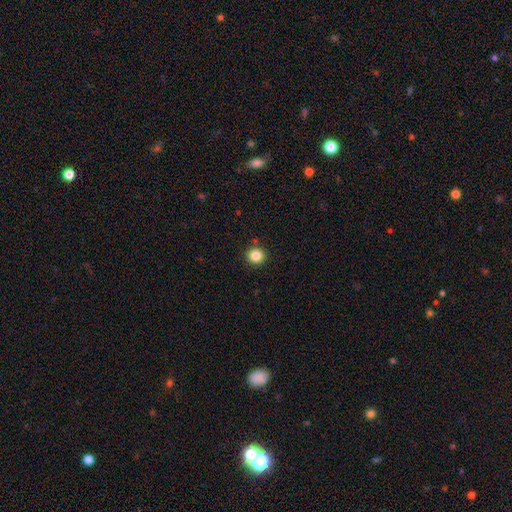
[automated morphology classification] smooth-or-featured: smooth: 85% | star or artifact: 11% | featured or disk: 4%
  how-rounded: round: 89% | in between: 10% | cigar-shaped: 1%
  merging: none: 89% | minor disturbance: 7% | merger: 3% | major disturbance: 2%